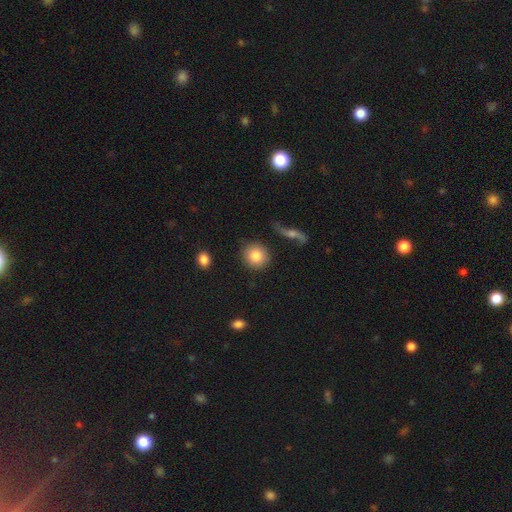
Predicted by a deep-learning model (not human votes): smooth-or-featured: smooth: 84% | featured or disk: 9% | star or artifact: 7%
  how-rounded: round: 90% | in between: 9% | cigar-shaped: 1%
  merging: none: 84% | minor disturbance: 10% | merger: 3% | major disturbance: 3%